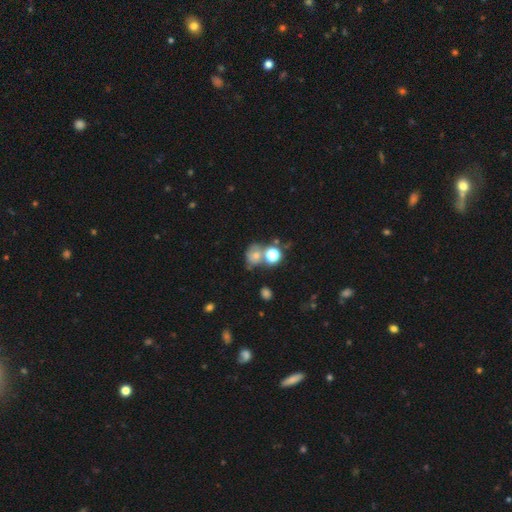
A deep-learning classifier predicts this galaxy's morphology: smooth_or_featured: smooth (p=0.60) [alt: star or artifact p=0.22]
how_rounded: round (p=0.64) [alt: in between p=0.35]
merging: none (p=0.42) [alt: merger p=0.31]